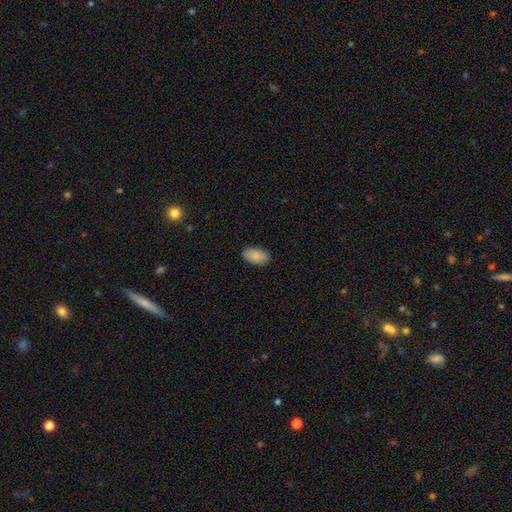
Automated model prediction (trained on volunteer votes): smooth_or_featured: smooth (p=0.89) [alt: star or artifact p=0.07]
how_rounded: in between (p=0.95) [alt: round p=0.03]
merging: none (p=0.88) [alt: minor disturbance p=0.09]